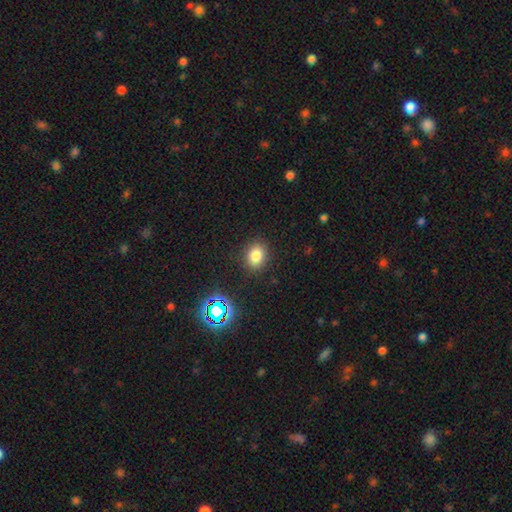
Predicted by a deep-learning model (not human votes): Smooth or featured? smooth (79%)
How rounded? in between (54%)
Merging? none (87%)